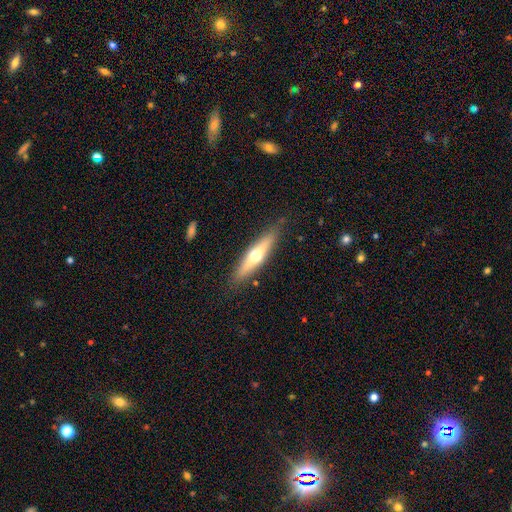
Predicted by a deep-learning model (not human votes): Smooth or featured: featured or disk — 47% (tied with smooth — 47%)
Merging: none — 85% (minor disturbance — 11%)